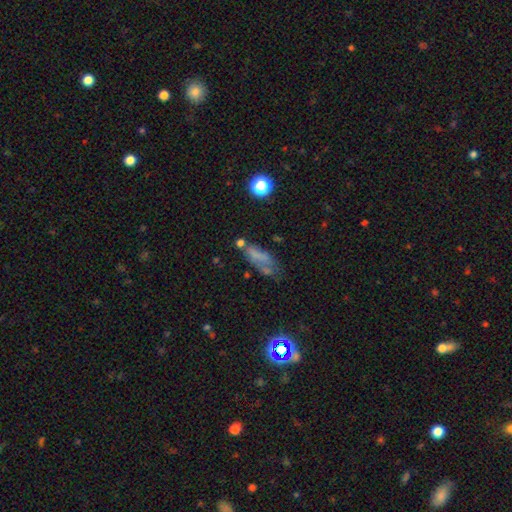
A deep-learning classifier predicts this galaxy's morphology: smooth-or-featured: smooth: 46% | featured or disk: 30% | star or artifact: 24%
  merging: none: 44% | minor disturbance: 25% | major disturbance: 20% | merger: 11%